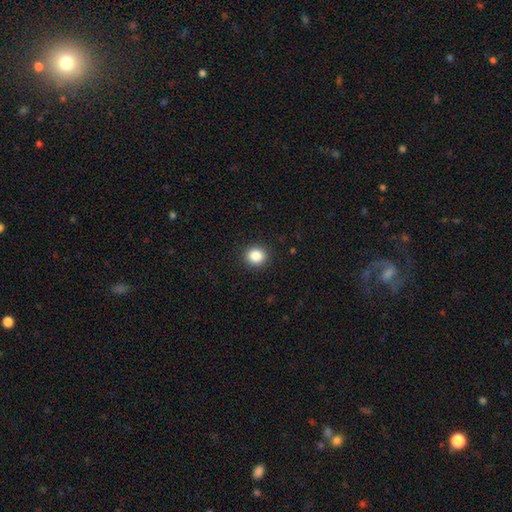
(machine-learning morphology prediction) Q: Smooth or featured?
A: smooth (86%); runner-up: star or artifact (10%)
Q: How rounded?
A: round (85%); runner-up: in between (14%)
Q: Merging?
A: none (91%); runner-up: minor disturbance (6%)